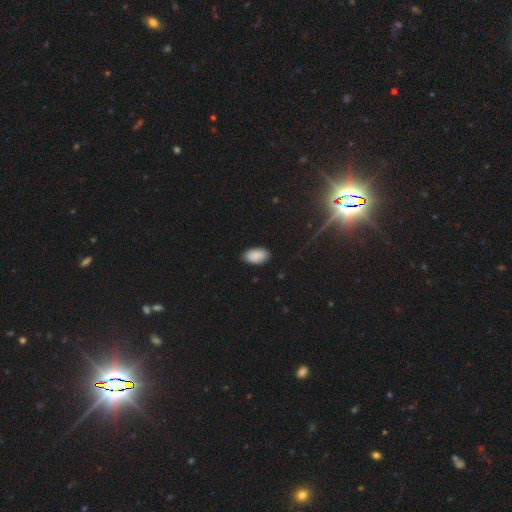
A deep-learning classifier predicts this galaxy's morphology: type=smooth (90%); roundness=in between (95%); merging=none (87%).